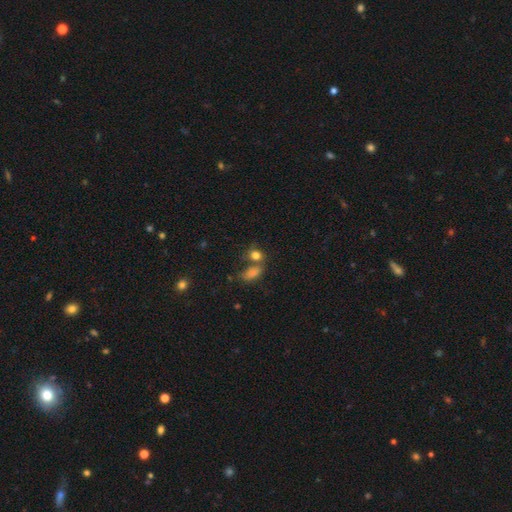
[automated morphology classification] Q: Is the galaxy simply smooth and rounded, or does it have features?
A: smooth — 79%.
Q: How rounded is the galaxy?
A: in between — 55%.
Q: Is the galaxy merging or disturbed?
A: none — 47%.